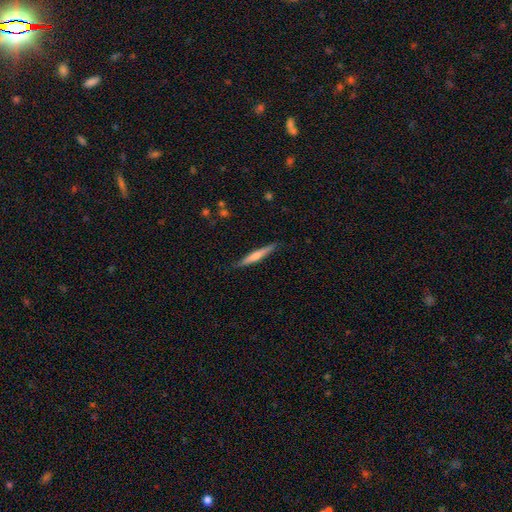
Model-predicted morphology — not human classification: A featured or disk galaxy (51%) viewed edge-on (96%). Merging: none (86%).